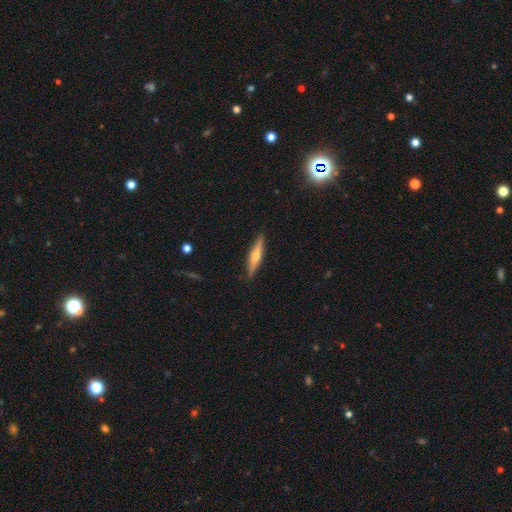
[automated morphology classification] Q: Smooth or featured?
A: featured or disk (59%); runner-up: smooth (34%)
Q: Edge-on disk?
A: yes (96%); runner-up: no (4%)
Q: Edge-on bulge?
A: rounded (85%); runner-up: none (10%)
Q: Merging?
A: none (89%); runner-up: minor disturbance (8%)